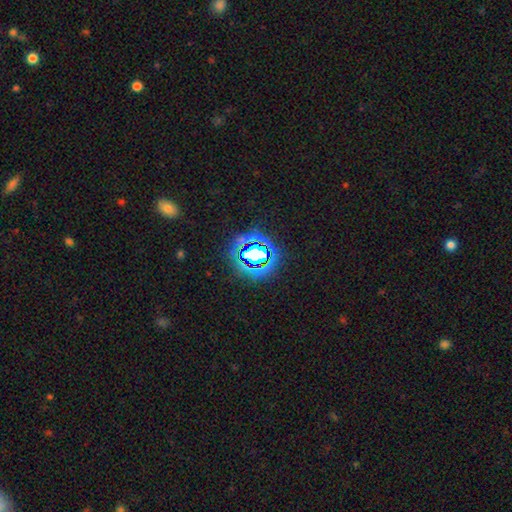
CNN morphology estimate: star or artifact 72%, smooth 17%, featured or disk 11%.